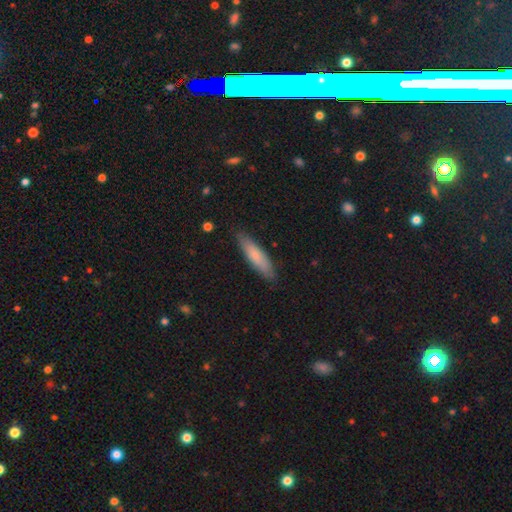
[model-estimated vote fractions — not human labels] This appears to be a smooth galaxy with no disk features (76%) that is cigar-shaped (76%). Merging: none (86%).